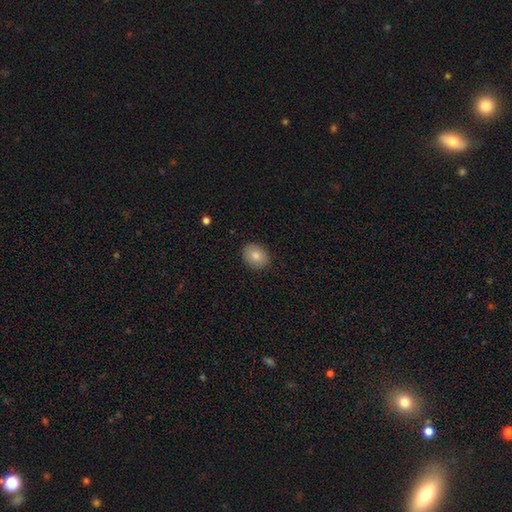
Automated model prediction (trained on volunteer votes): Overall: smooth (82%). How rounded: round (52%; in between 47%). Merging: none (88%).